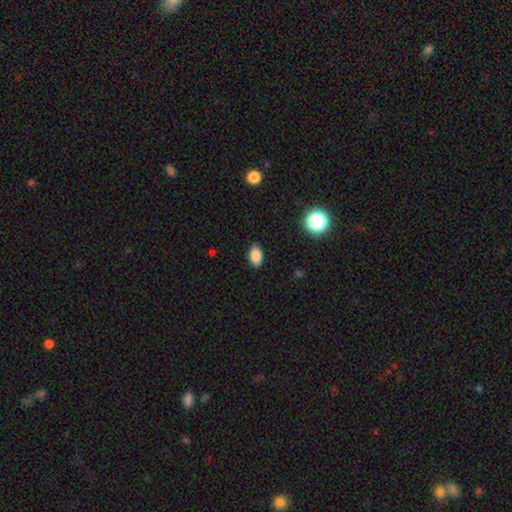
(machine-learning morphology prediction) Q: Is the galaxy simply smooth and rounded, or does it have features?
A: smooth — 85%.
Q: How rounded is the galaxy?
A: in between — 90%.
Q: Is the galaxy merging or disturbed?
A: none — 89%.